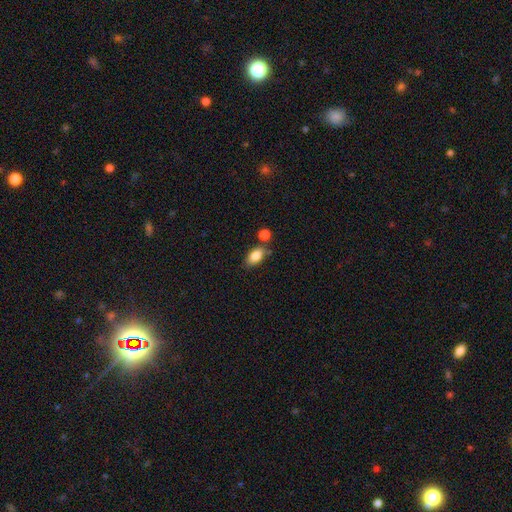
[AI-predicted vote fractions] A smooth galaxy with no disk features (84%) that is in between round and cigar-shaped (89%). Merging: none (65%).